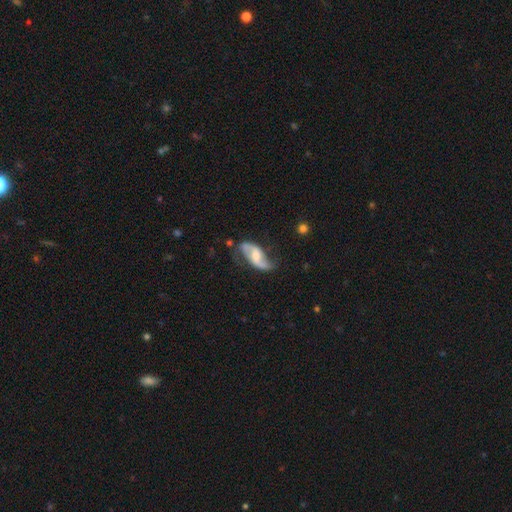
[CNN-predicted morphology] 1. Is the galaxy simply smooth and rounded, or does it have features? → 79% featured or disk, 16% smooth, 5% star or artifact.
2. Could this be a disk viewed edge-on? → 94% no, 6% yes.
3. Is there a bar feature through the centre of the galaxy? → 43% weak, 35% no, 22% strong.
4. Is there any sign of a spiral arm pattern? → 93% yes, 7% no.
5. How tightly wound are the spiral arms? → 67% loose, 26% medium, 7% tight.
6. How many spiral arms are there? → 89% 2, 4% can't tell, 4% 1, 1% 3, 1% 4, 1% more than 4.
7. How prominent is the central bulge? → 44% moderate, 33% small, 12% none, 9% large, 2% dominant.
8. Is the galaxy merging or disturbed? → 60% none, 23% minor disturbance, 13% major disturbance, 4% merger.